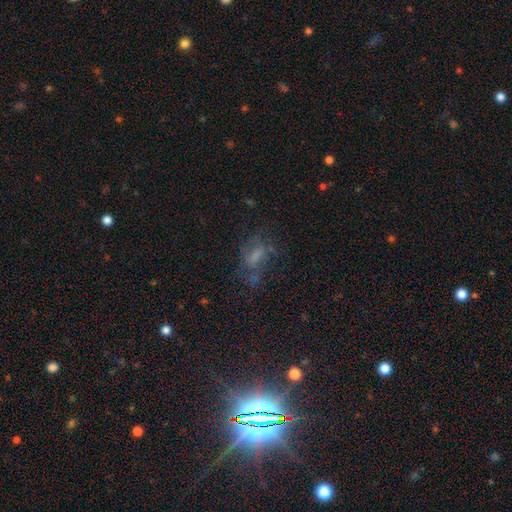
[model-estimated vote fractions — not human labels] Q: Smooth or featured?
A: featured or disk (40%); runner-up: smooth (38%)
Q: Merging?
A: none (47%); runner-up: major disturbance (29%)